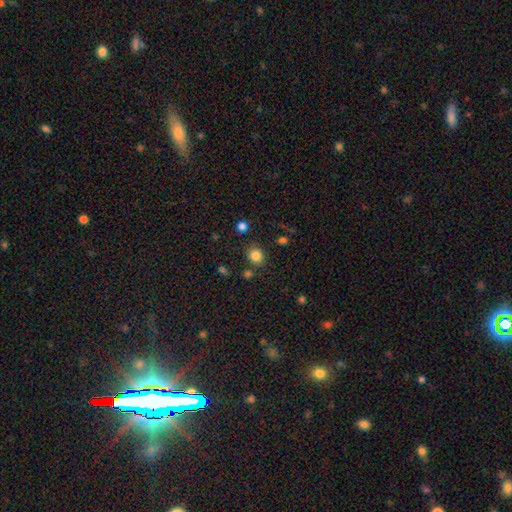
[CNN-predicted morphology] Smooth or featured: smooth — 83% (star or artifact — 12%)
How rounded: round — 76% (in between — 23%)
Merging: none — 81% (minor disturbance — 10%)